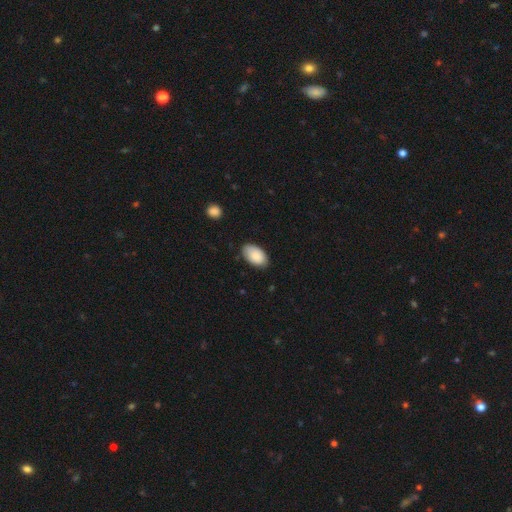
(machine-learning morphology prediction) A smooth galaxy with no disk features (87%) that is in between round and cigar-shaped (95%). Merging: none (81%).